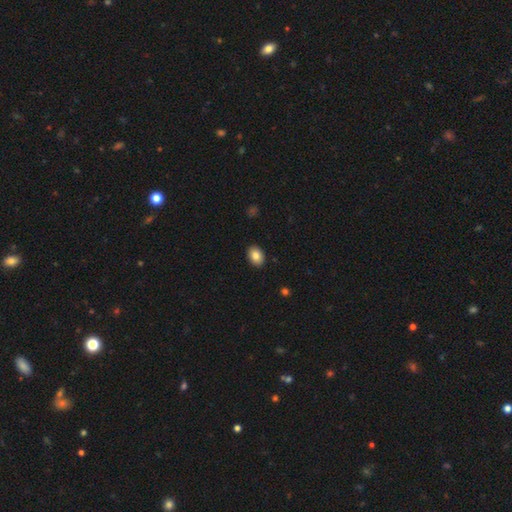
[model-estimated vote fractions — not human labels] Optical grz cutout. It shows a smooth galaxy with no disk features (85%) that is in between round and cigar-shaped (77%). Merging: none (90%).